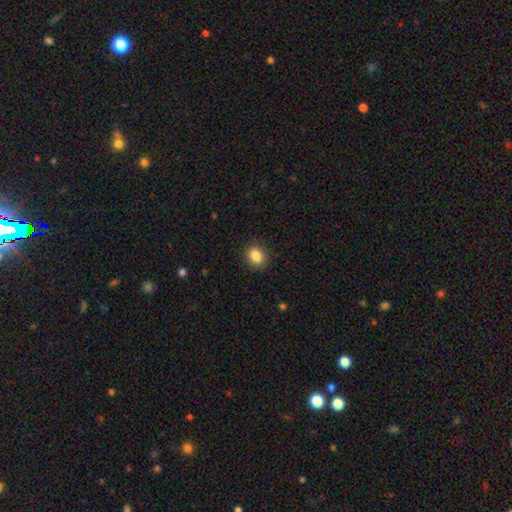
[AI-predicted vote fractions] Smooth or featured? Predicted: smooth (p=0.86). How rounded? Predicted: round (p=0.63). Merging? Predicted: none (p=0.88).